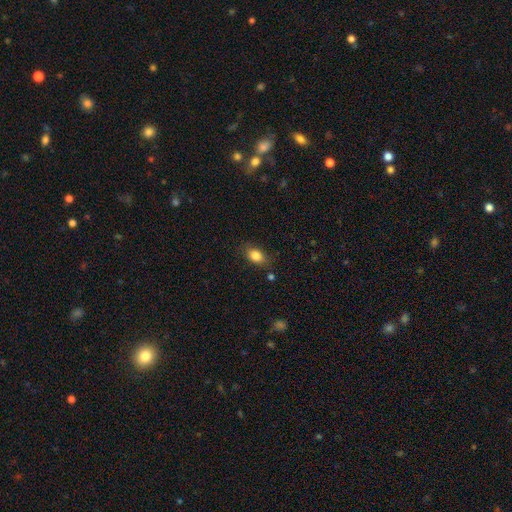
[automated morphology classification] This appears to be a smooth galaxy with no disk features (84%) that is in between round and cigar-shaped (81%). Merging: none (80%).